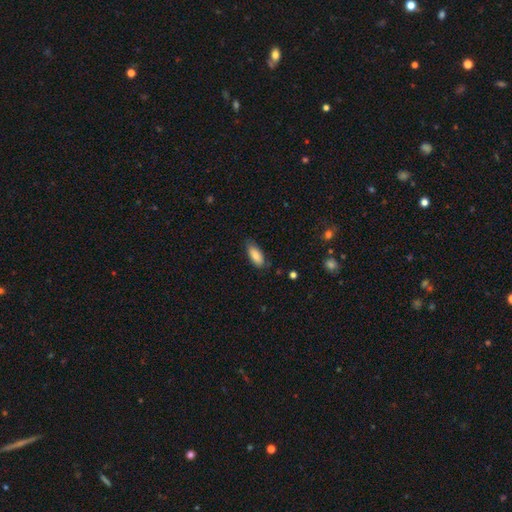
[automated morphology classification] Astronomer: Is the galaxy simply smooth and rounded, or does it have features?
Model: smooth — 82%.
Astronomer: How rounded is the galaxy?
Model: in between — 84%.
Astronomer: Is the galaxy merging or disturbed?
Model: none — 74%.